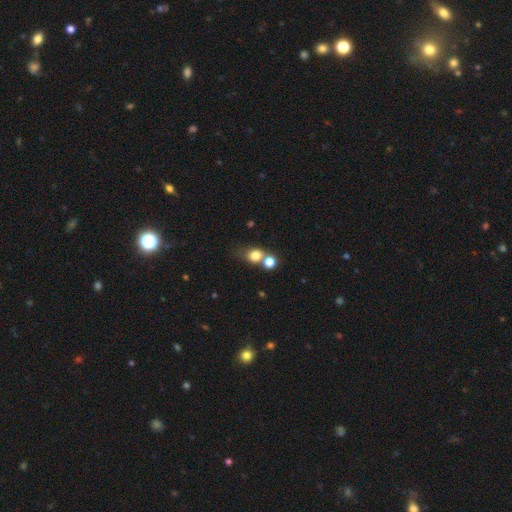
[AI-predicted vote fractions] Smooth or featured?
  - smooth: 76% *
  - star or artifact: 14%
  - featured or disk: 10%
How rounded?
  - round: 67% *
  - in between: 31%
  - cigar-shaped: 2%
Merging?
  - none: 44% *
  - merger: 39%
  - minor disturbance: 11%
  - major disturbance: 6%